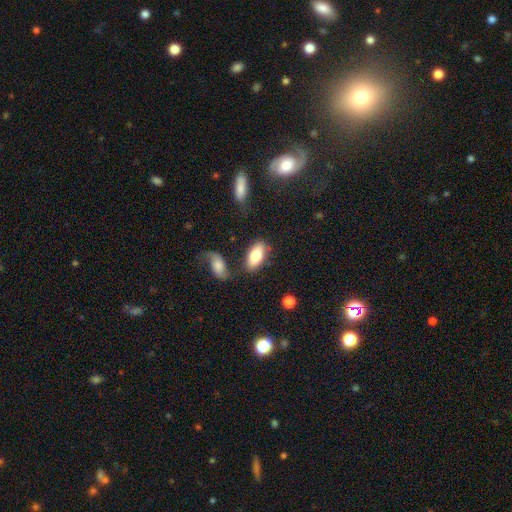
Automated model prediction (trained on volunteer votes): Overall: smooth (77%). How rounded: in between (89%). Merging: none (71%).